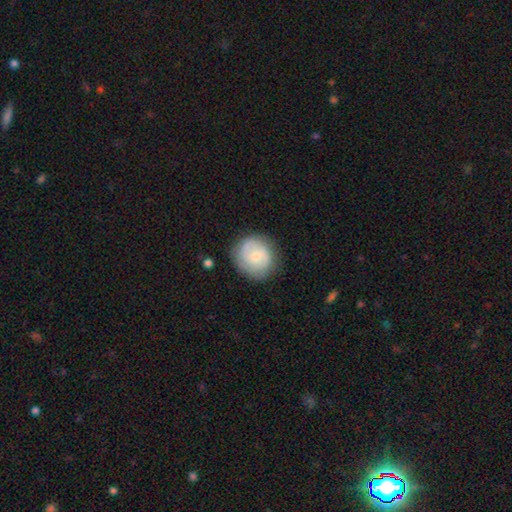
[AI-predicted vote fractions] This appears to be a smooth galaxy with no disk features (49%). Merging: none (80%).